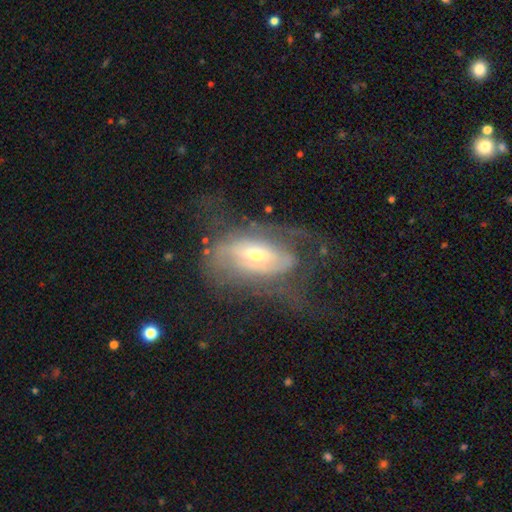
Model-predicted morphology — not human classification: smooth-or-featured: featured or disk: 70% | smooth: 23% | star or artifact: 8%
  disk-edge-on: no: 91% | yes: 9%
    bar: no: 51% | weak: 34% | strong: 15%
    has-spiral-arms: yes: 71% | no: 29%
    bulge-size: moderate: 47% | small: 46% | large: 5% | dominant: 1% | none: 1%
  merging: none: 41% | major disturbance: 36% | minor disturbance: 20% | merger: 2%